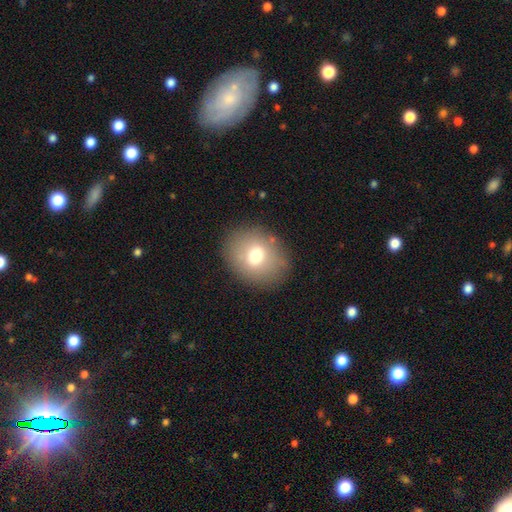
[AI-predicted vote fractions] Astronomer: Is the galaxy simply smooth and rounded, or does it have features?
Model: smooth — 70%.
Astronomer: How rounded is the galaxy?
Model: round — 58% (runner-up: in between, 41%).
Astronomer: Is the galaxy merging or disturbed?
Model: none — 85%.